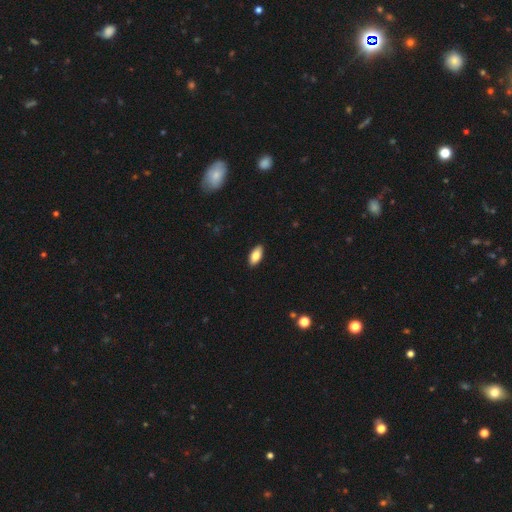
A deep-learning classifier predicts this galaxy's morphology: smooth-or-featured: smooth: 83% | featured or disk: 11% | star or artifact: 7%
  how-rounded: in between: 90% | cigar-shaped: 7% | round: 2%
  merging: none: 90% | minor disturbance: 8% | major disturbance: 2% | merger: 1%